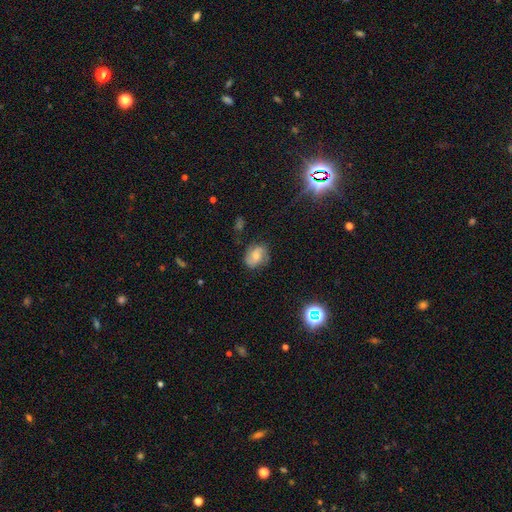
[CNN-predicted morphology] Smooth or featured?
  - smooth: 47% *
  - featured or disk: 42%
  - star or artifact: 10%
Merging?
  - none: 71% *
  - minor disturbance: 21%
  - major disturbance: 7%
  - merger: 2%